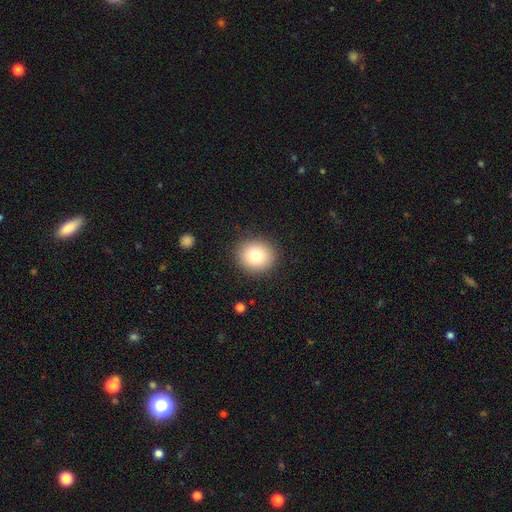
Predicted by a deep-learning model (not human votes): Smooth or featured: smooth — 79% (featured or disk — 11%)
How rounded: round — 82% (in between — 17%)
Merging: none — 90% (minor disturbance — 7%)